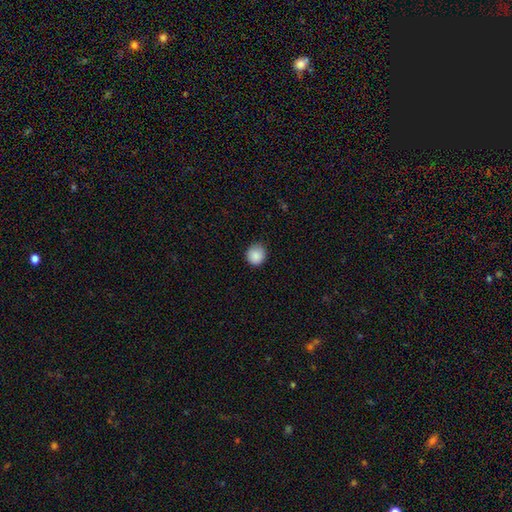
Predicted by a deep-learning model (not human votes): Overall: smooth (88%). How rounded: round (89%). Merging: none (85%).